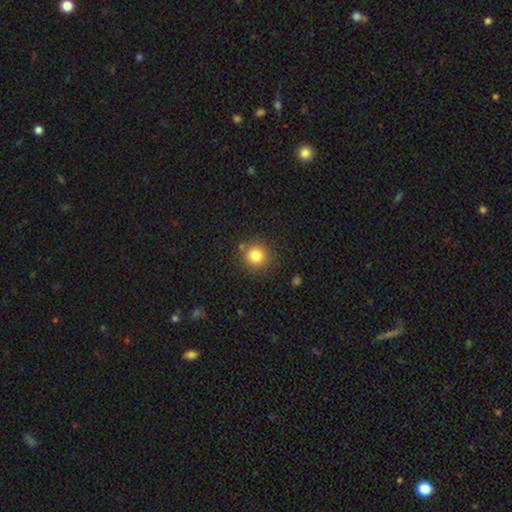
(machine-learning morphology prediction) smooth_or_featured: smooth (p=0.82) [alt: star or artifact p=0.12]
how_rounded: round (p=0.91) [alt: in between p=0.08]
merging: none (p=0.85) [alt: minor disturbance p=0.09]